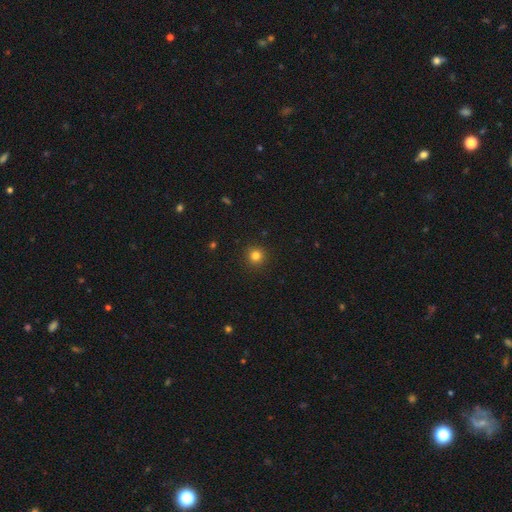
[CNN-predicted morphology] A smooth galaxy with no disk features (81%) that is round (95%). Merging: none (92%).